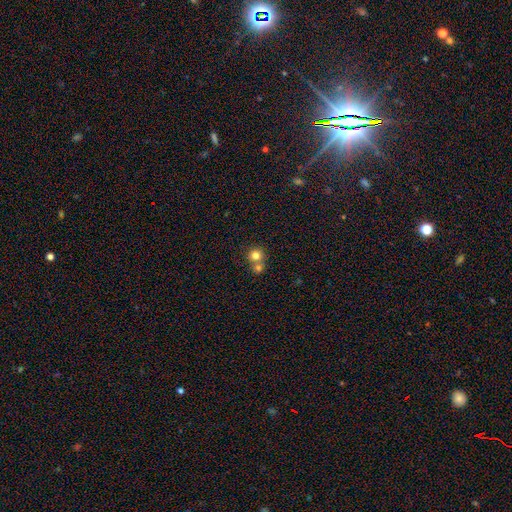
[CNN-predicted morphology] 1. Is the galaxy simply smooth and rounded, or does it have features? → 79% smooth, 12% star or artifact, 10% featured or disk.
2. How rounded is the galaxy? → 89% round, 10% in between, 1% cigar-shaped.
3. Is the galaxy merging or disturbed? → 47% merger, 45% none, 5% minor disturbance, 2% major disturbance.